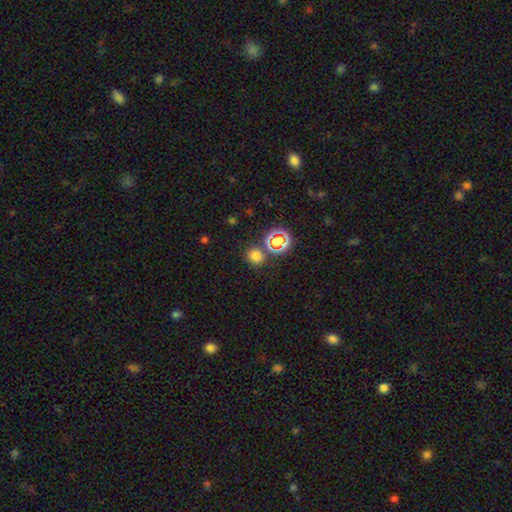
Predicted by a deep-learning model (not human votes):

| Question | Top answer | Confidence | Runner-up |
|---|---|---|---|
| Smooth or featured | smooth | 70% | star or artifact (25%) |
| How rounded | round | 82% | in between (17%) |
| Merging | none | 79% | merger (10%) |